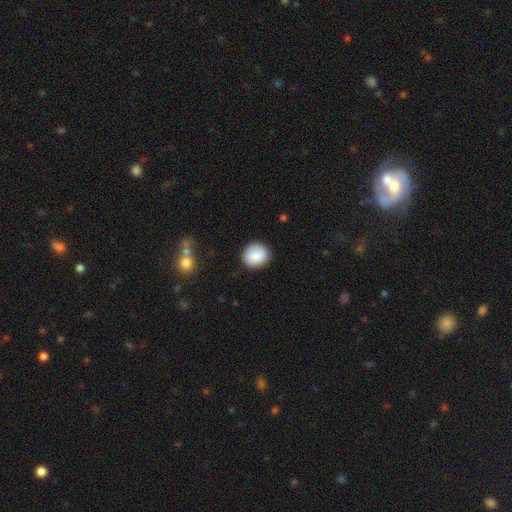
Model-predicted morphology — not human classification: A smooth galaxy with no disk features (85%) that is round (87%).

Vote fractions:
- Smooth or featured? smooth: 85% / featured or disk: 8% / star or artifact: 7%
- How rounded? round: 87% / in between: 12% / cigar-shaped: 1%
- Merging? none: 87% / minor disturbance: 9% / major disturbance: 2% / merger: 1%